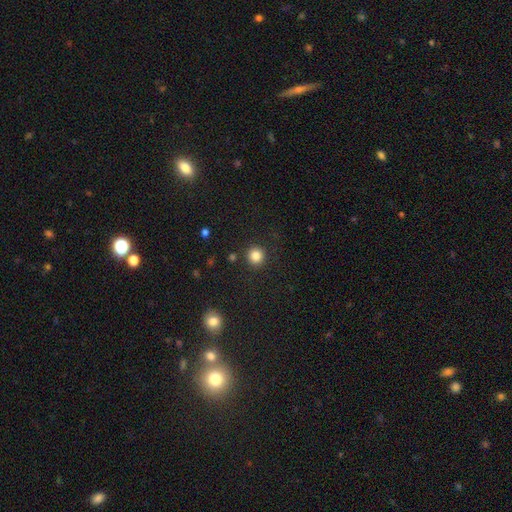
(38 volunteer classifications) Smooth or featured?
  - smooth: 79% *
  - featured or disk: 11%
  - star or artifact: 11%
How rounded?
  - round: 97% *
  - in between: 3%
  - cigar-shaped: 0%
Merging?
  - none: 94% *
  - minor disturbance: 6%
  - major disturbance: 0%
  - merger: 0%